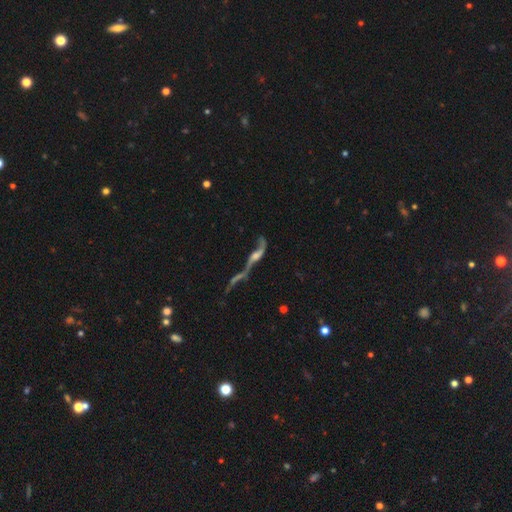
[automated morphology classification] type=featured or disk (70%); edge-on=no (66%); merging=merger (51%).